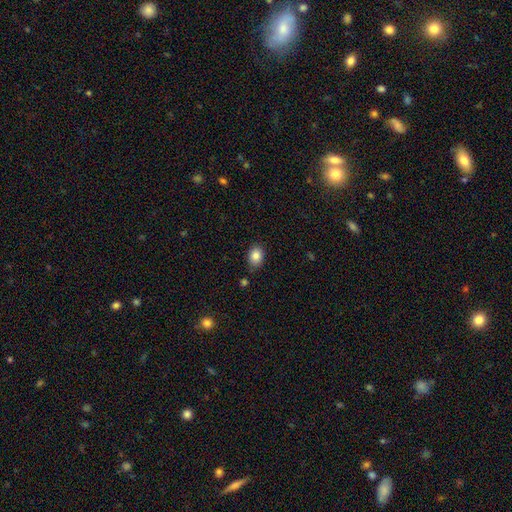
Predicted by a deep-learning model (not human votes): Q: Smooth or featured?
A: smooth (85%); runner-up: star or artifact (9%)
Q: How rounded?
A: in between (65%); runner-up: round (34%)
Q: Merging?
A: none (80%); runner-up: minor disturbance (14%)